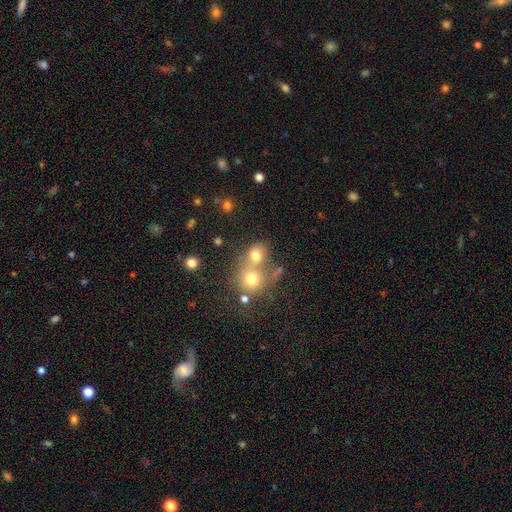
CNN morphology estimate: Smooth or featured?
  - smooth: 72% *
  - star or artifact: 15%
  - featured or disk: 13%
How rounded?
  - round: 69% *
  - in between: 29%
  - cigar-shaped: 1%
Merging?
  - merger: 51% *
  - none: 37%
  - minor disturbance: 8%
  - major disturbance: 5%